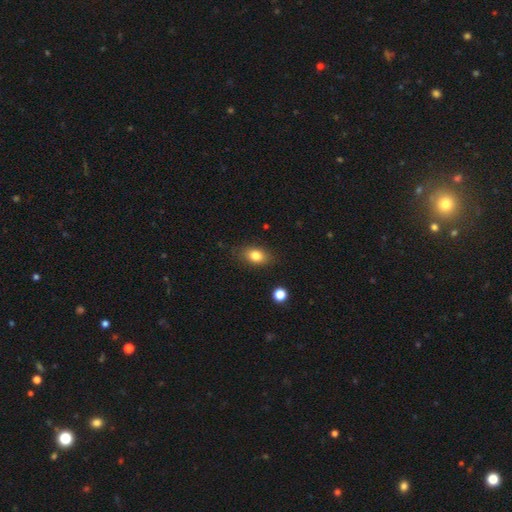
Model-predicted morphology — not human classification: smooth-or-featured: smooth: 81% | featured or disk: 10% | star or artifact: 9%
  how-rounded: in between: 78% | round: 19% | cigar-shaped: 3%
  merging: none: 82% | minor disturbance: 13% | major disturbance: 3% | merger: 2%